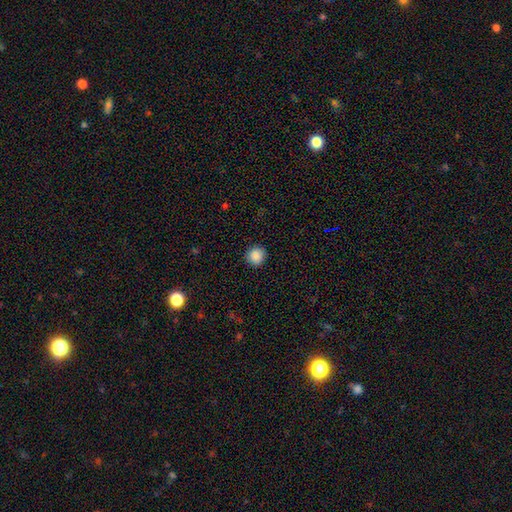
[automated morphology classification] This appears to be a smooth galaxy with no disk features (88%) that is round (92%). Merging: none (91%).